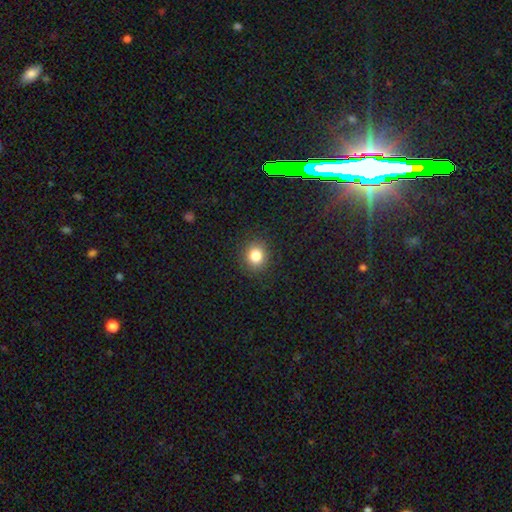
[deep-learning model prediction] Smooth or featured? smooth (83%)
How rounded? round (81%)
Merging? none (90%)